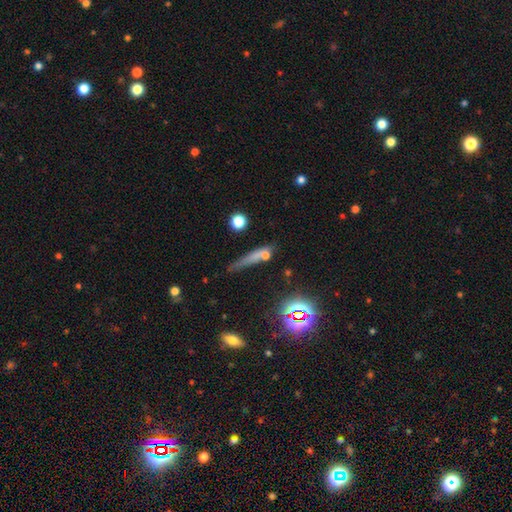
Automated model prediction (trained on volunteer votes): smooth 56%, featured or disk 24%, star or artifact 21%. Down the decision tree: how rounded — cigar-shaped (74%); merging — none (53%).